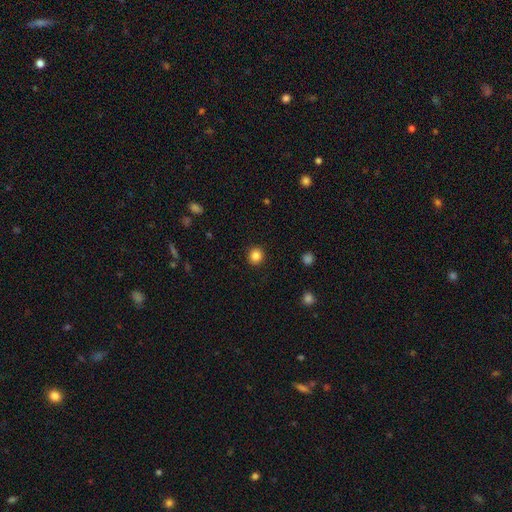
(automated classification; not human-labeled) Smooth or featured: smooth — 85% (star or artifact — 11%)
How rounded: round — 89% (in between — 10%)
Merging: none — 92% (minor disturbance — 5%)